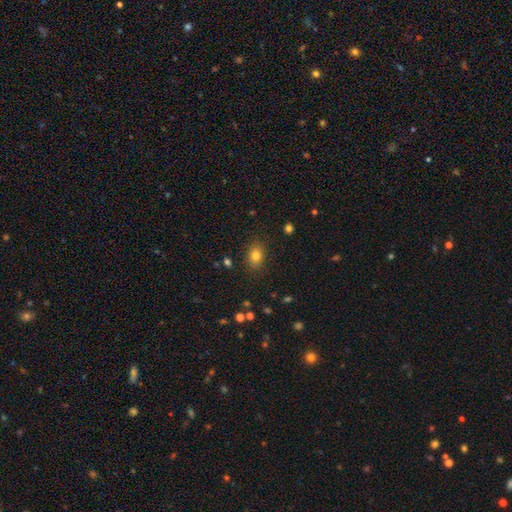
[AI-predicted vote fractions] Smooth or featured? smooth (81%)
How rounded? in between (68%)
Merging? none (84%)